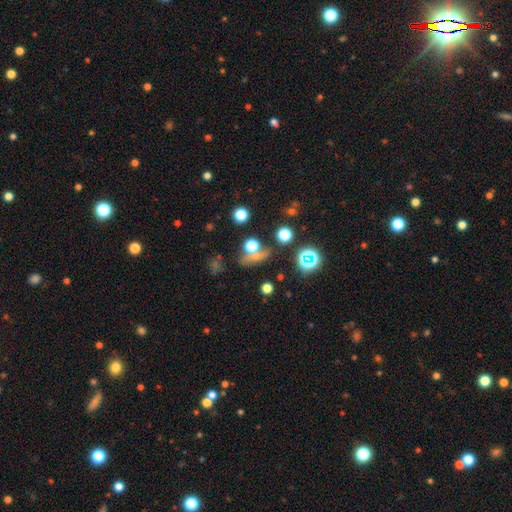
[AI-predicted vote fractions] Smooth or featured? smooth (52%)
How rounded? round (50%)
Merging? none (52%)